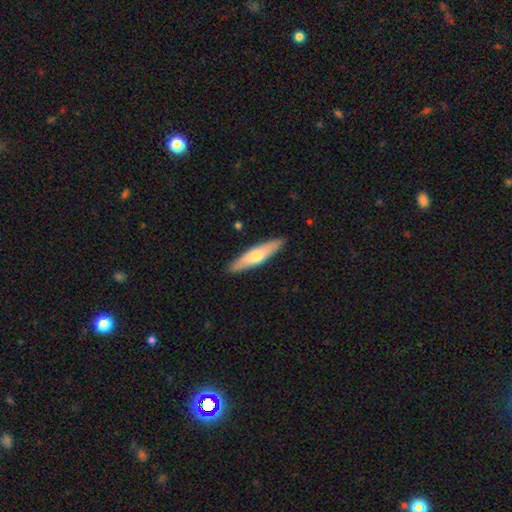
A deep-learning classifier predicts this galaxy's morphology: A smooth galaxy with no disk features (54%) that is cigar-shaped (76%).

Vote fractions:
- Smooth or featured? smooth: 54% / featured or disk: 41% / star or artifact: 5%
- How rounded? cigar-shaped: 76% / in between: 22% / round: 2%
- Merging? none: 90% / minor disturbance: 7% / major disturbance: 1% / merger: 1%